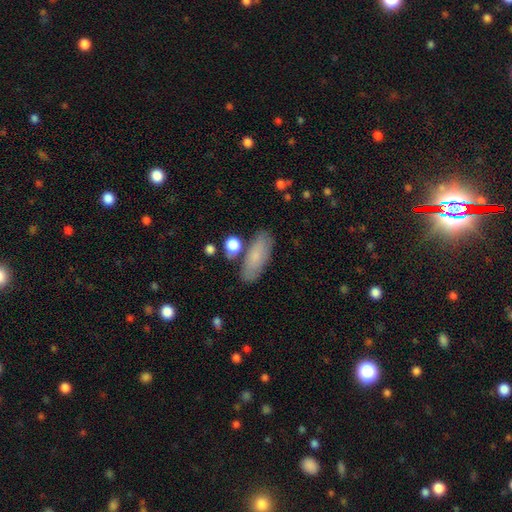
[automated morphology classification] smooth_or_featured: smooth (p=0.76) [alt: featured or disk p=0.17]
how_rounded: in between (p=0.72) [alt: cigar-shaped p=0.25]
merging: none (p=0.77) [alt: minor disturbance p=0.14]